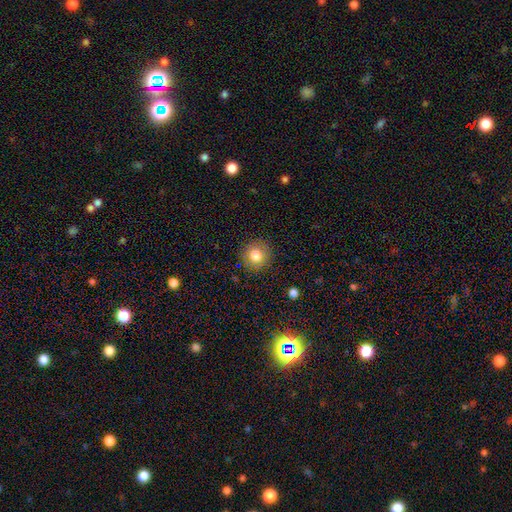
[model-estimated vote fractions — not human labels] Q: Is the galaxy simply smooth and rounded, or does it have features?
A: smooth — 82%.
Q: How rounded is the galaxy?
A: round — 91%.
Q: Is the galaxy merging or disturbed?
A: none — 90%.